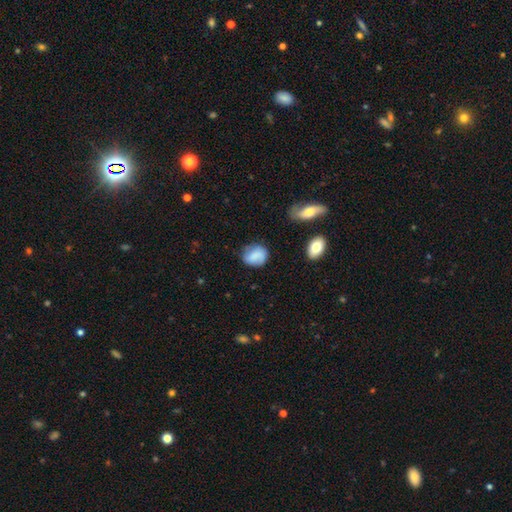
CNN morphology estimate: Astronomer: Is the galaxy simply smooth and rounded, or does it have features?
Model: smooth — 75%.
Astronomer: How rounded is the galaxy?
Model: round — 59% (runner-up: in between, 40%).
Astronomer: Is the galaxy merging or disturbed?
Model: none — 66%.